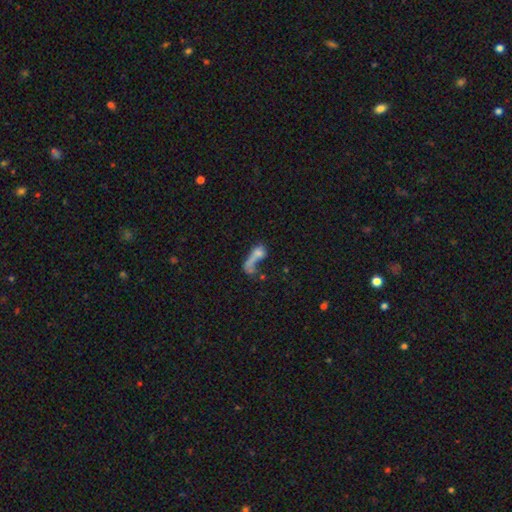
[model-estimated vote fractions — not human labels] Smooth or featured? Predicted: smooth (p=0.53). How rounded? Predicted: in between (p=0.56). Merging? Predicted: merger (p=0.37).